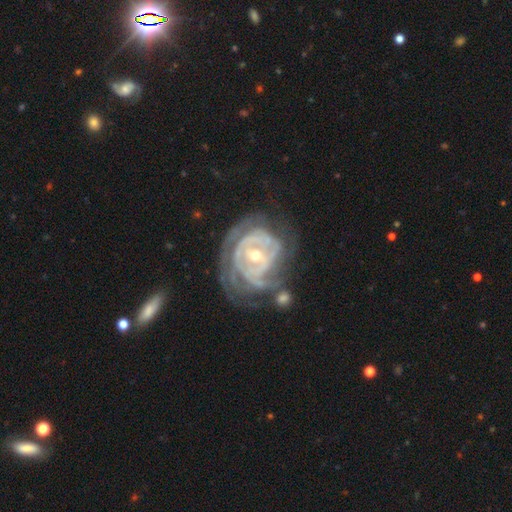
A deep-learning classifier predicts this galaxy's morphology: A featured or disk galaxy (88%) with no bar (45%), tight (76%) spiral arms (93%) and a small central bulge (51%).

Vote fractions:
- Smooth or featured? featured or disk: 88% / smooth: 7% / star or artifact: 5%
- Edge-on disk? no: 97% / yes: 3%
- Bar? no: 45% / weak: 37% / strong: 18%
- Spiral arms? yes: 93% / no: 7%
- Spiral winding? tight: 76% / medium: 19% / loose: 5%
- Spiral arm count? can't tell: 39% / 3: 20% / 2: 18% / 4: 11% / more than 4: 6% / 1: 6%
- Bulge size? small: 51% / moderate: 45% / large: 2% / none: 1% / dominant: 1%
- Merging? none: 46% / minor disturbance: 24% / major disturbance: 21% / merger: 8%